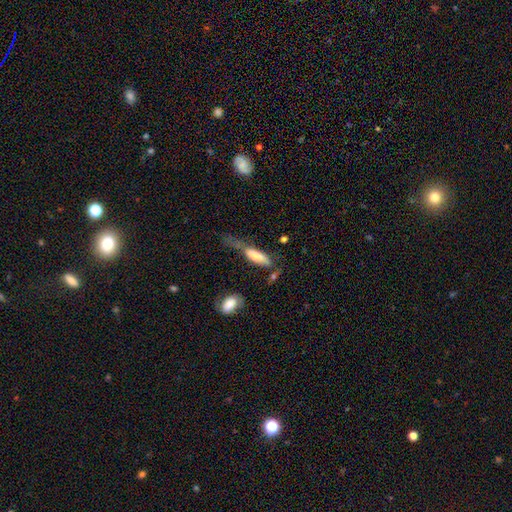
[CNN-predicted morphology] Smooth or featured: smooth — 71% (featured or disk — 21%)
How rounded: cigar-shaped — 51% (in between — 47%)
Merging: major disturbance — 33% (minor disturbance — 28%)